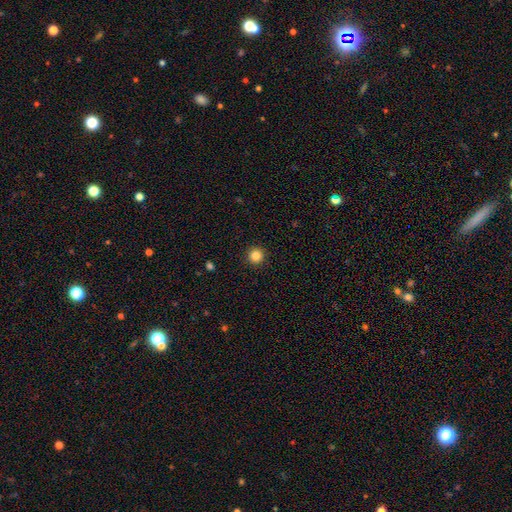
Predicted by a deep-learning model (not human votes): smooth_or_featured: smooth (p=0.84) [alt: star or artifact p=0.12]
how_rounded: round (p=0.96) [alt: in between p=0.03]
merging: none (p=0.93) [alt: minor disturbance p=0.04]